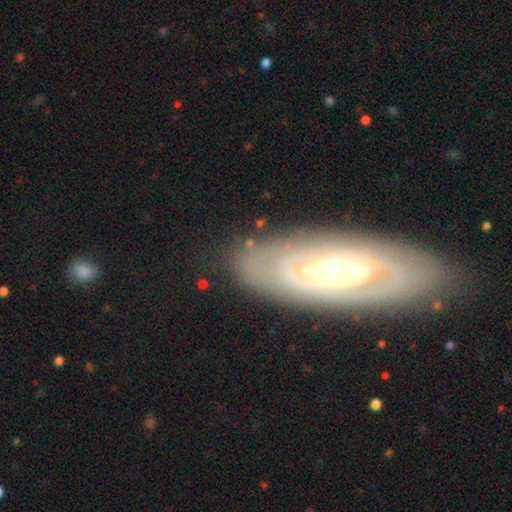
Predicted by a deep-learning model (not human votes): Smooth or featured: featured or disk — 67% (smooth — 24%)
Edge-on disk: no — 88% (yes — 12%)
Bar: no — 56% (weak — 27%)
Spiral arms: yes — 62% (no — 38%)
Bulge size: moderate — 62% (small — 17%)
Merging: none — 66% (minor disturbance — 19%)